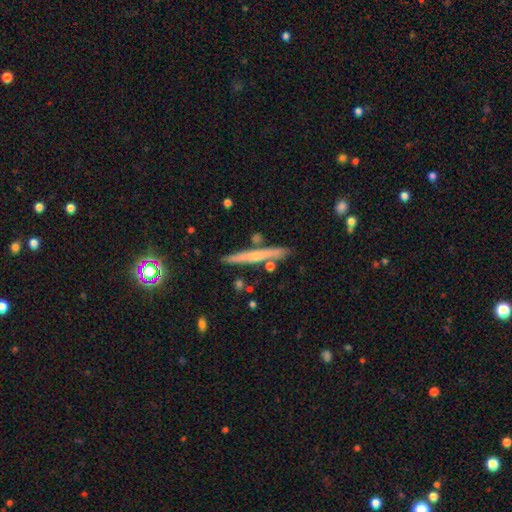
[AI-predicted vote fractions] Q: Smooth or featured?
A: featured or disk (55%); runner-up: smooth (38%)
Q: Edge-on disk?
A: yes (96%); runner-up: no (4%)
Q: Edge-on bulge?
A: rounded (47%); runner-up: none (46%)
Q: Merging?
A: none (84%); runner-up: minor disturbance (9%)